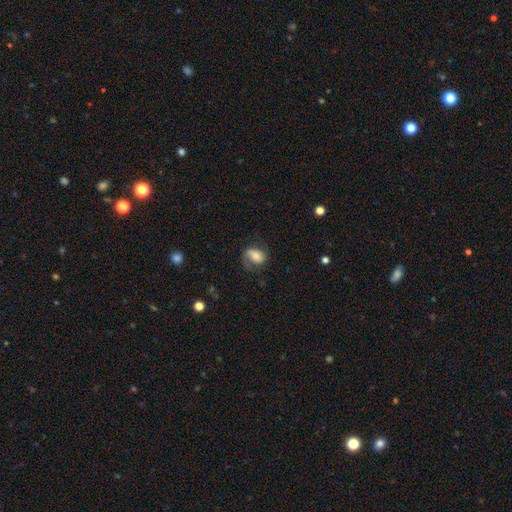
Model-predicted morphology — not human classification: Q: Smooth or featured?
A: featured or disk (51%); runner-up: smooth (41%)
Q: Edge-on disk?
A: no (96%); runner-up: yes (4%)
Q: Merging?
A: none (54%); runner-up: minor disturbance (23%)